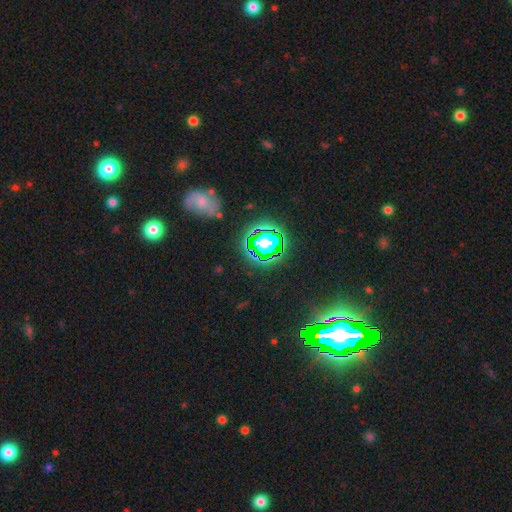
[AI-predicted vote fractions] Q: Smooth or featured?
A: star or artifact (76%); runner-up: smooth (14%)